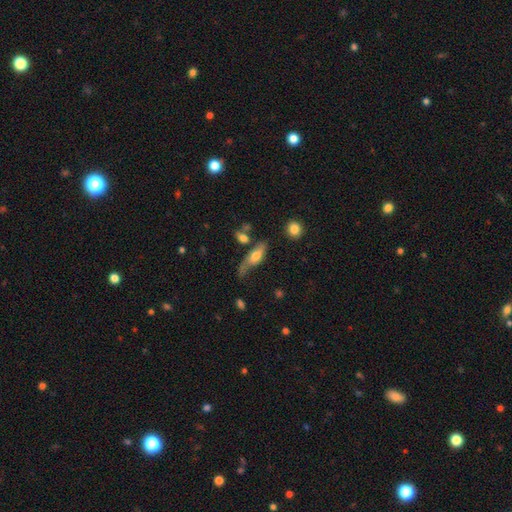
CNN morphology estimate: A smooth galaxy with no disk features (54%) that is in between round and cigar-shaped (69%).

Vote fractions:
- Smooth or featured? smooth: 54% / featured or disk: 38% / star or artifact: 8%
- How rounded? in between: 69% / cigar-shaped: 27% / round: 4%
- Merging? none: 35% / minor disturbance: 28% / major disturbance: 24% / merger: 13%